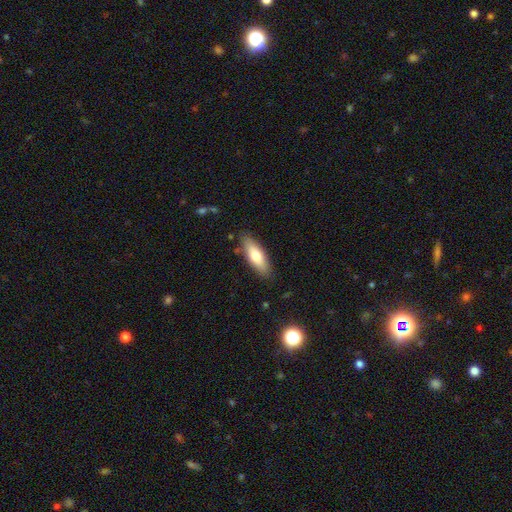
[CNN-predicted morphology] A smooth galaxy with no disk features (69%) that is in between round and cigar-shaped (61%). Merging: none (84%).